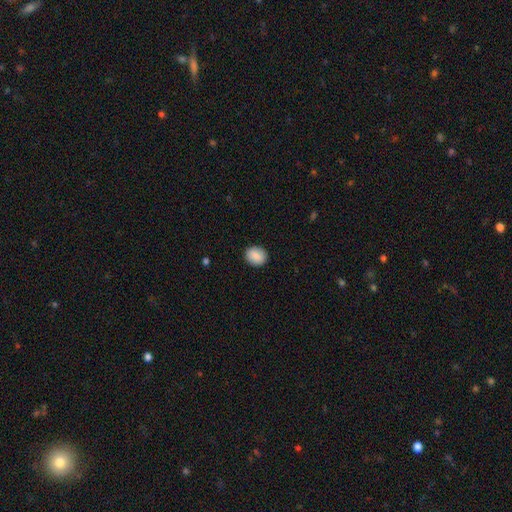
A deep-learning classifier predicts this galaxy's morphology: A smooth galaxy with no disk features (89%) that is round (66%). Merging: none (90%).